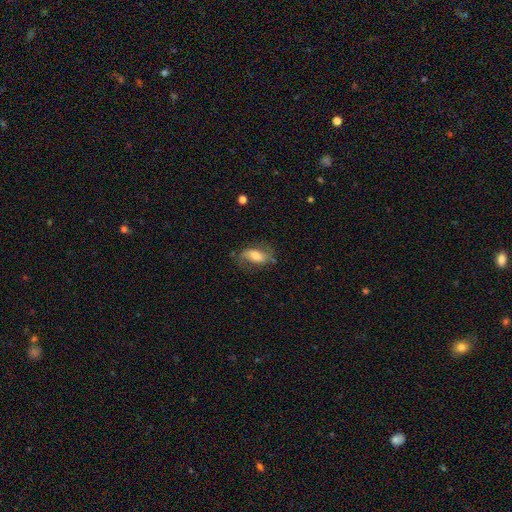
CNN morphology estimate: Overall: smooth (53%; featured or disk 39%). How rounded: in between (83%). Merging: none (65%).